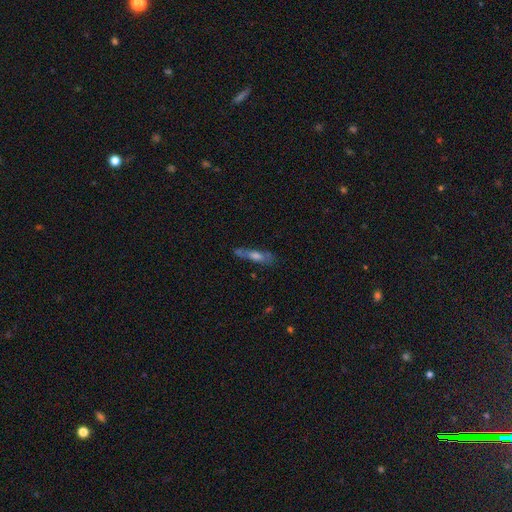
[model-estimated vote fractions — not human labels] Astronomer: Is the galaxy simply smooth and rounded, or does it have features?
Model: featured or disk — 48% (runner-up: smooth, 42%).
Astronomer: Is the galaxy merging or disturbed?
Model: none — 67%.